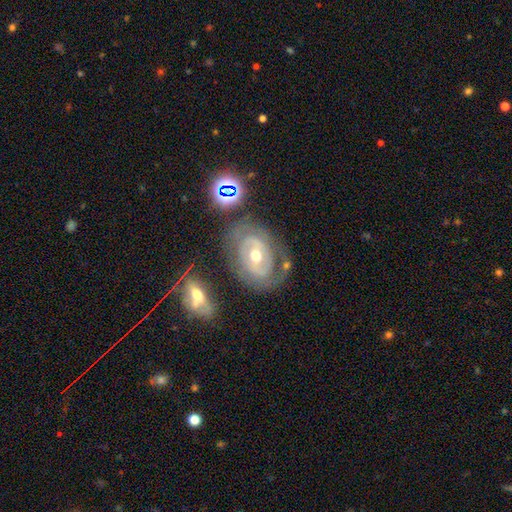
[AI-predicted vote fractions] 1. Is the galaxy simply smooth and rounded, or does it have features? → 81% featured or disk, 12% smooth, 7% star or artifact.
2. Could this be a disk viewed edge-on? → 96% no, 4% yes.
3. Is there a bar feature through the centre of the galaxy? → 44% no, 37% weak, 19% strong.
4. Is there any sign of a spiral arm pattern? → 80% yes, 20% no.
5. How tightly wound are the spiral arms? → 61% tight, 29% medium, 10% loose.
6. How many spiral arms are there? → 54% 2, 28% can't tell, 7% 3, 6% 1, 2% 4, 2% more than 4.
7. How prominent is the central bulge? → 67% moderate, 28% small, 3% large, 1% none, 1% dominant.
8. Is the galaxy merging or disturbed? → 62% none, 18% minor disturbance, 12% major disturbance, 8% merger.